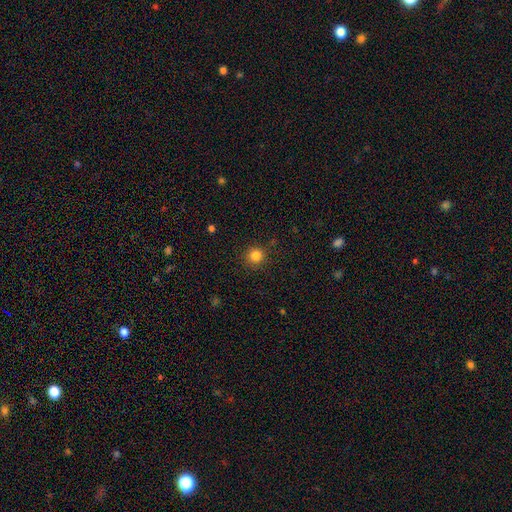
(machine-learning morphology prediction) smooth-or-featured: smooth: 83% | star or artifact: 12% | featured or disk: 4%
  how-rounded: round: 93% | in between: 6% | cigar-shaped: 1%
  merging: none: 89% | minor disturbance: 7% | major disturbance: 2% | merger: 1%